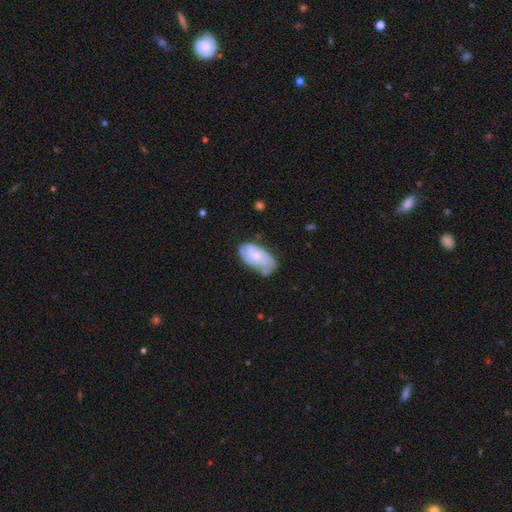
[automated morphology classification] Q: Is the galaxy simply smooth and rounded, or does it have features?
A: smooth — 47%.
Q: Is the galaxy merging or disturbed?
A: none — 48%.